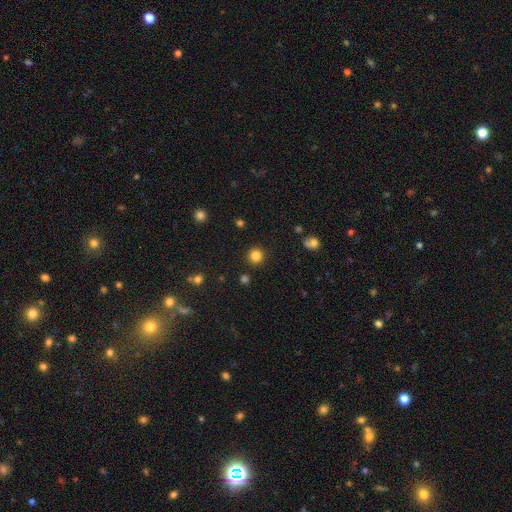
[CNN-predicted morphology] This appears to be a smooth galaxy with no disk features (83%) that is round (94%). Merging: none (91%).